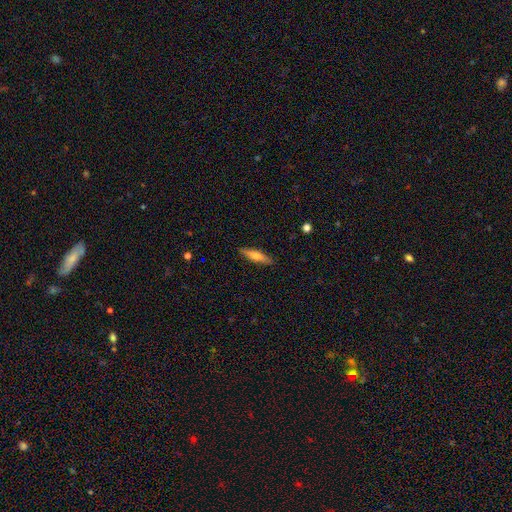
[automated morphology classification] Smooth or featured: smooth — 63% (featured or disk — 31%)
How rounded: cigar-shaped — 76% (in between — 22%)
Merging: none — 88% (minor disturbance — 9%)